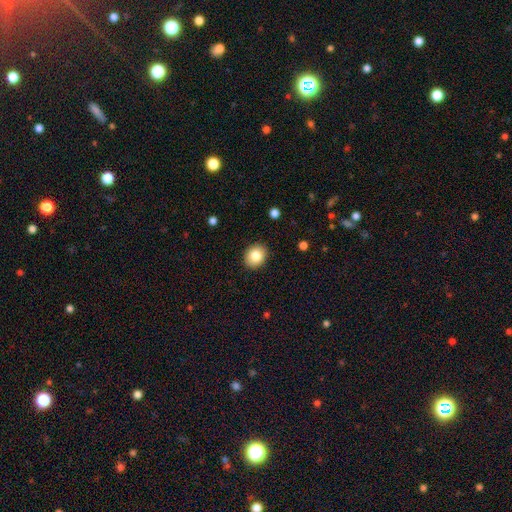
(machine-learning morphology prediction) The model was most divided on "how rounded": round: 59%, in between: 40%, cigar-shaped: 1%. More confident: merging — none (89%); smooth or featured — smooth (84%).